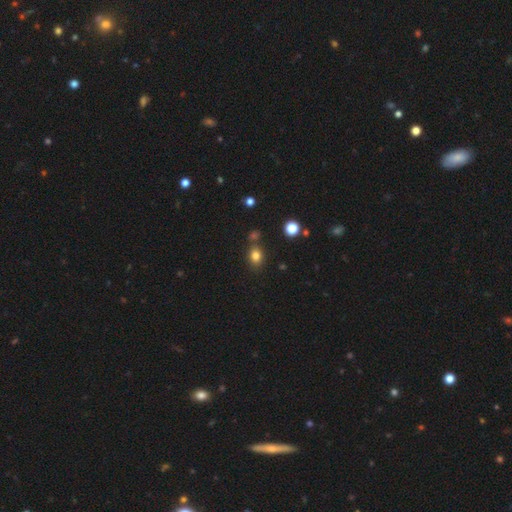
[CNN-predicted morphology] A smooth galaxy with no disk features (80%) that is in between round and cigar-shaped (50%).

Vote fractions:
- Smooth or featured? smooth: 80% / star or artifact: 13% / featured or disk: 6%
- How rounded? in between: 50% / round: 49% / cigar-shaped: 1%
- Merging? none: 75% / minor disturbance: 11% / merger: 10% / major disturbance: 3%